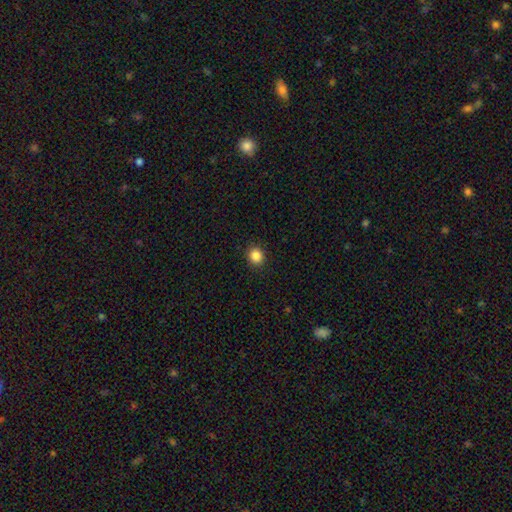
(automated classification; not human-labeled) The model was most divided on "how rounded": round: 83%, in between: 16%, cigar-shaped: 1%. More confident: merging — none (91%); smooth or featured — smooth (86%).